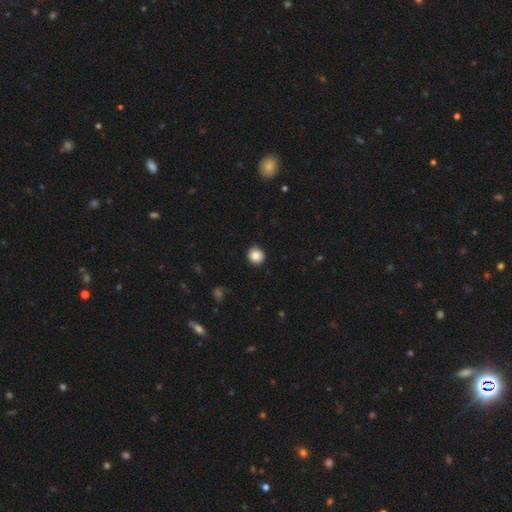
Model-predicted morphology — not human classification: A smooth galaxy with no disk features (86%) that is round (91%). Merging: none (88%).